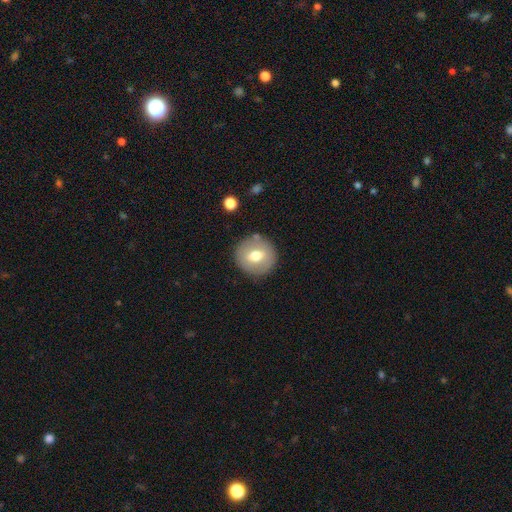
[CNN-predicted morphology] The model was most divided on "smooth or featured": smooth: 65%, featured or disk: 27%, star or artifact: 8%. More confident: how rounded — round (91%); merging — none (86%).